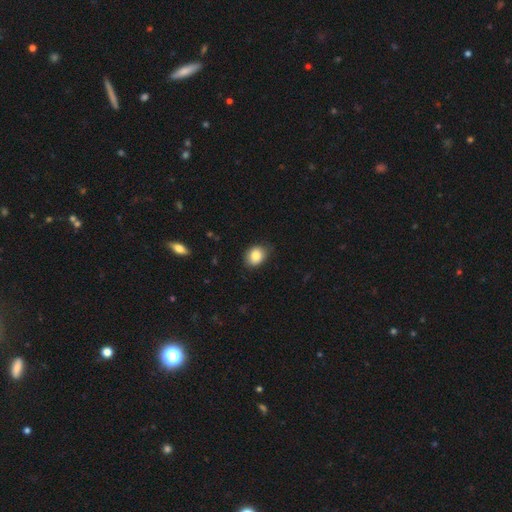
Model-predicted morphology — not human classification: Overall: smooth (84%). How rounded: in between (56%; round 43%). Merging: none (76%).